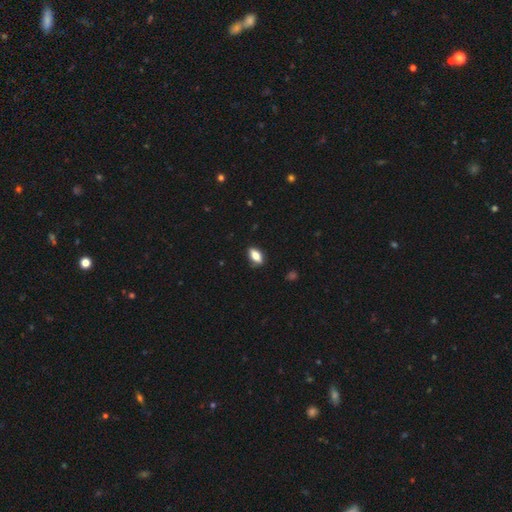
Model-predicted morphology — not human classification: Smooth or featured: smooth — 77% (featured or disk — 15%)
How rounded: in between — 85% (cigar-shaped — 10%)
Merging: none — 86% (minor disturbance — 11%)